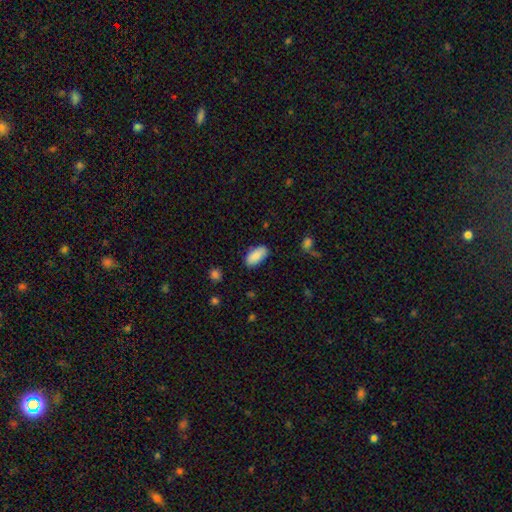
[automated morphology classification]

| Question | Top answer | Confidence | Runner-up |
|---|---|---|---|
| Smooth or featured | smooth | 88% | star or artifact (7%) |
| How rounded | in between | 92% | cigar-shaped (6%) |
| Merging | none | 82% | minor disturbance (14%) |